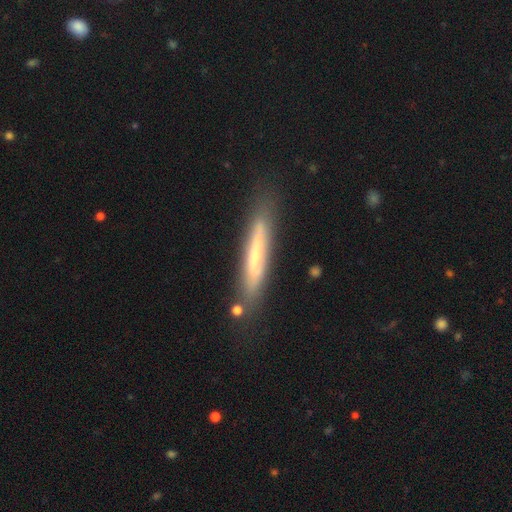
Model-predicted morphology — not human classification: smooth 48%, featured or disk 45%, star or artifact 7%. Down the decision tree: merging — none (78%).